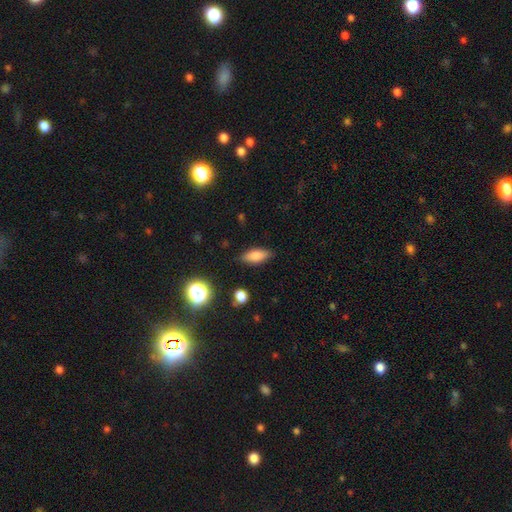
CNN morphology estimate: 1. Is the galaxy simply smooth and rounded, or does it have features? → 79% smooth, 12% featured or disk, 9% star or artifact.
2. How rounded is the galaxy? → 78% in between, 18% cigar-shaped, 4% round.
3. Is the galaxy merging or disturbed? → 85% none, 11% minor disturbance, 3% major disturbance, 1% merger.